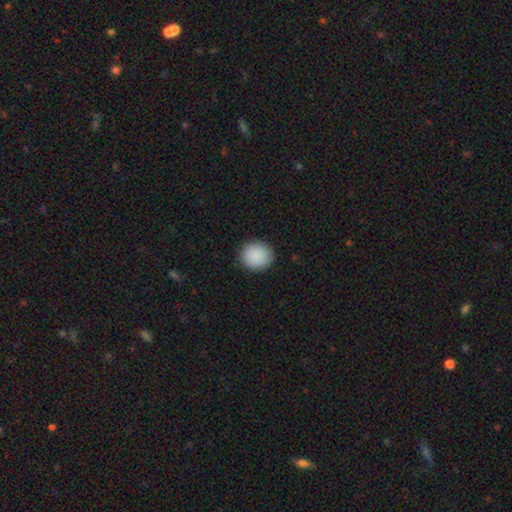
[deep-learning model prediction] Q: Smooth or featured?
A: smooth (89%); runner-up: star or artifact (7%)
Q: How rounded?
A: round (86%); runner-up: in between (13%)
Q: Merging?
A: none (90%); runner-up: minor disturbance (7%)